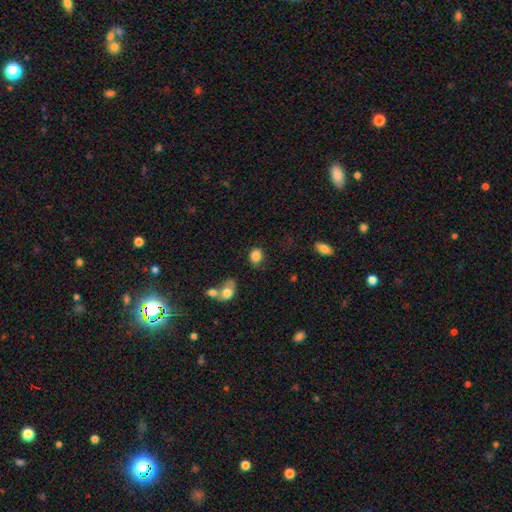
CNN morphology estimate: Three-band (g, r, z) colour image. It shows a smooth galaxy with no disk features (86%) that is round (60%). Merging: none (68%).